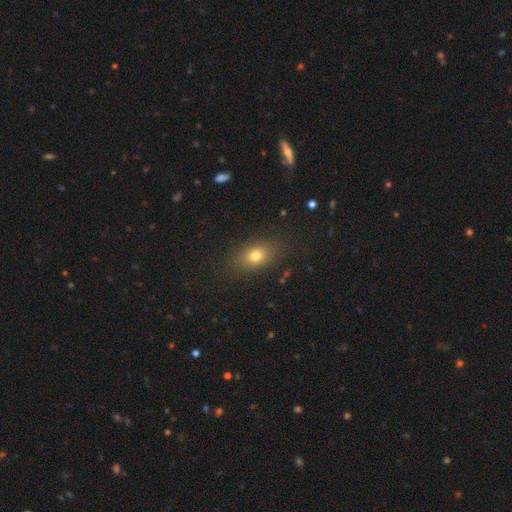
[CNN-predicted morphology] This is likely a smooth galaxy (75%). How rounded: likely in between (75%). Merging: clearly none (84%).